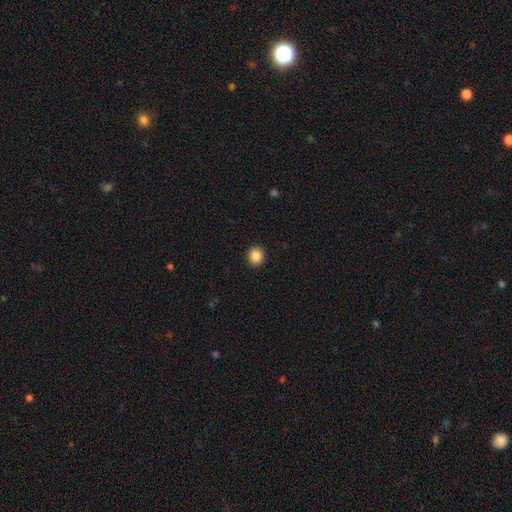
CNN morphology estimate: This is clearly a smooth galaxy (87%). How rounded: clearly round (87%). Merging: clearly none (93%).